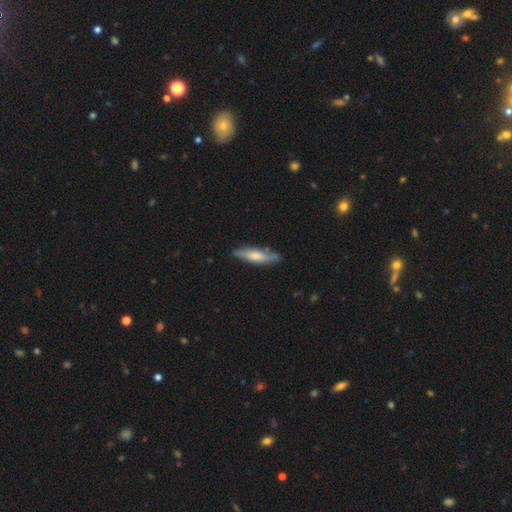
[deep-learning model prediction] Q: Smooth or featured?
A: smooth (60%); runner-up: featured or disk (34%)
Q: How rounded?
A: cigar-shaped (69%); runner-up: in between (30%)
Q: Merging?
A: none (78%); runner-up: minor disturbance (17%)